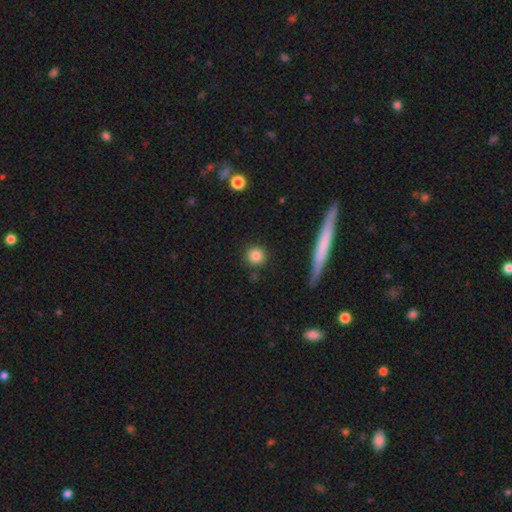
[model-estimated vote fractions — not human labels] This is clearly a smooth galaxy (84%). How rounded: clearly round (93%). Merging: clearly none (87%).